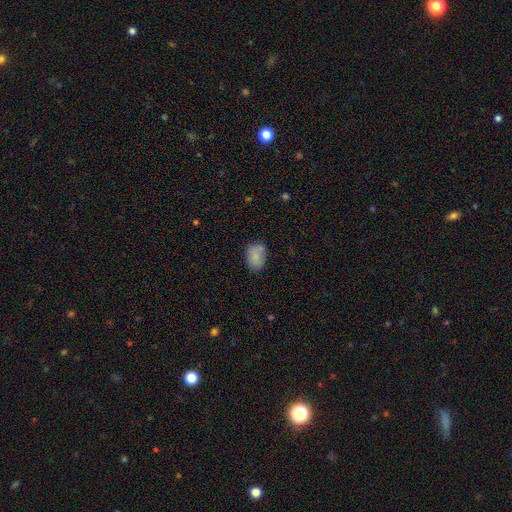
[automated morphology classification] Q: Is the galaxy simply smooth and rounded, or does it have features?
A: smooth — 83%.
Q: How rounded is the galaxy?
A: in between — 82%.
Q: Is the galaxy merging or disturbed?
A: none — 69%.